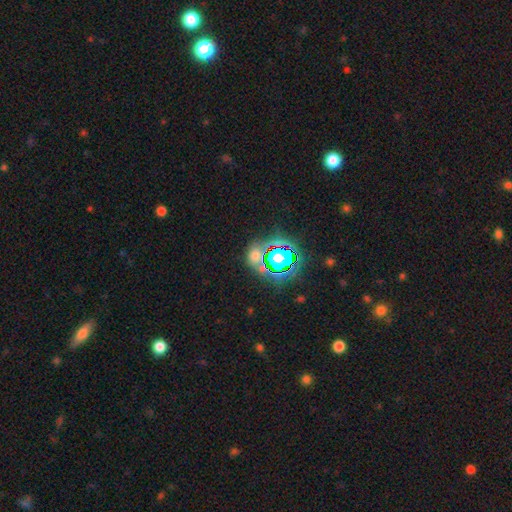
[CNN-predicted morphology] A star or artifact, not a galaxy (49%).